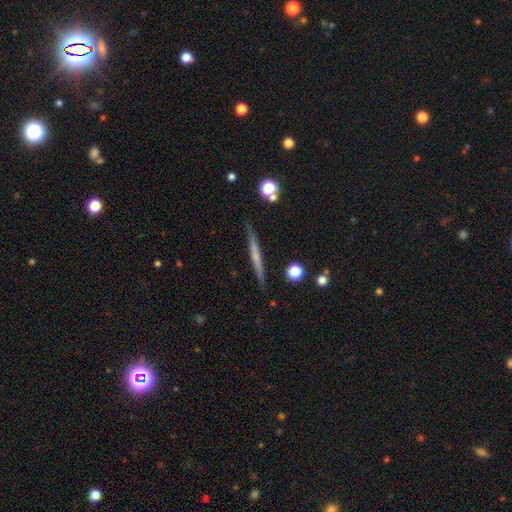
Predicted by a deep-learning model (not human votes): Smooth or featured?
  - featured or disk: 50% *
  - smooth: 43%
  - star or artifact: 7%
Merging?
  - none: 89% *
  - minor disturbance: 8%
  - major disturbance: 2%
  - merger: 2%